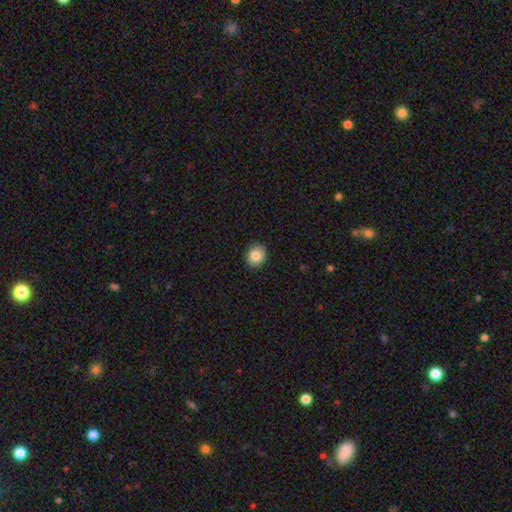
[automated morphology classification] This appears to be a smooth galaxy with no disk features (84%) that is round (70%). Merging: none (89%).